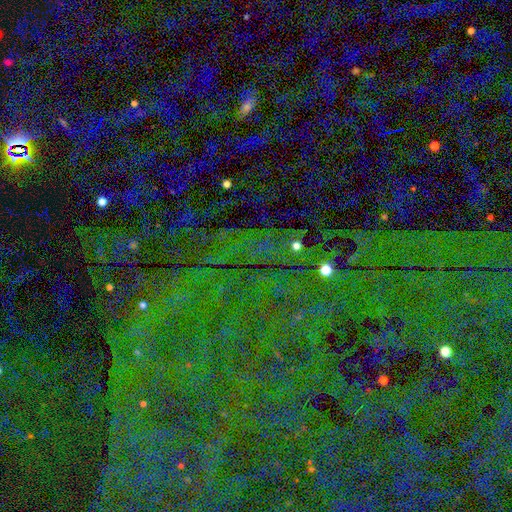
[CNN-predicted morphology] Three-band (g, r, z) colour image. It shows a star or artifact, not a galaxy (83%).